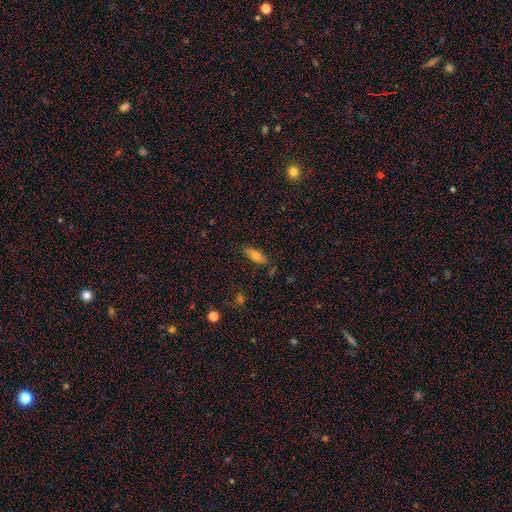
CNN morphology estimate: Overall: smooth (69%). How rounded: in between (82%). Merging: none (79%).